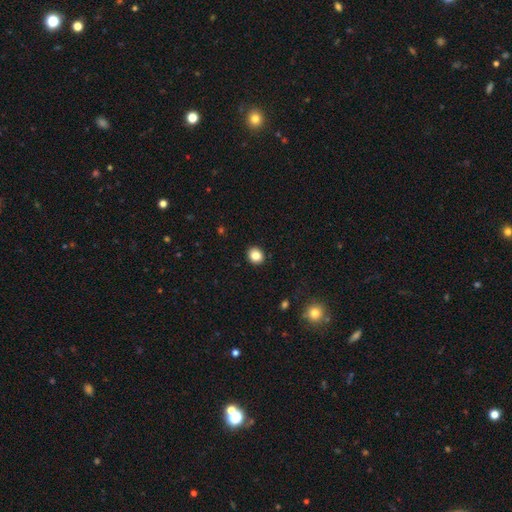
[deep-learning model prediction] Smooth or featured?
  - smooth: 85% *
  - star or artifact: 10%
  - featured or disk: 5%
How rounded?
  - round: 76% *
  - in between: 23%
  - cigar-shaped: 1%
Merging?
  - none: 92% *
  - minor disturbance: 5%
  - major disturbance: 2%
  - merger: 1%